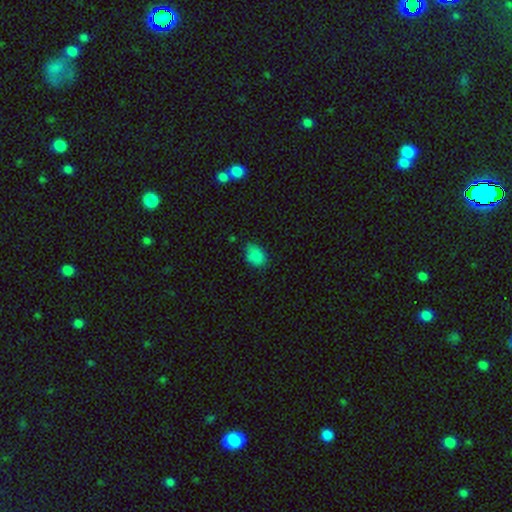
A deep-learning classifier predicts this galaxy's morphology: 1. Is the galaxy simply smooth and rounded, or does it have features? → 84% smooth, 11% star or artifact, 4% featured or disk.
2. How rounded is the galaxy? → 77% in between, 22% round, 1% cigar-shaped.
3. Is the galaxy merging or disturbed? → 66% none, 27% minor disturbance, 5% major disturbance, 2% merger.